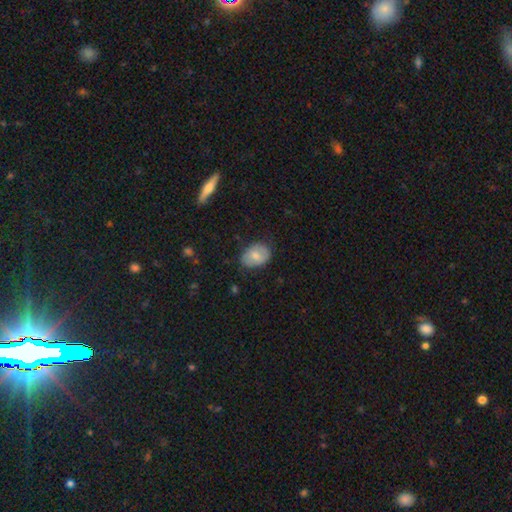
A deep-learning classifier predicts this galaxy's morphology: type=smooth (69%); roundness=in between (72%); merging=none (74%).